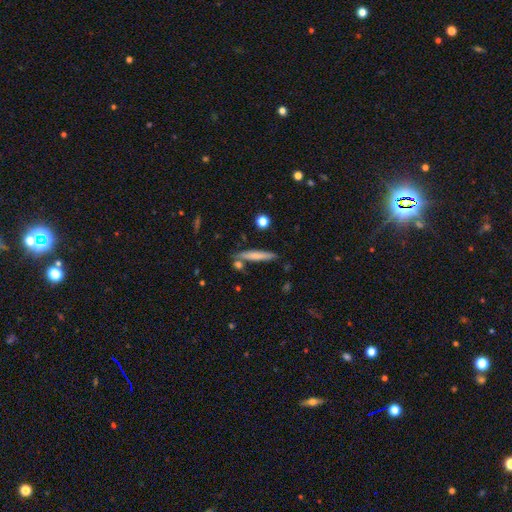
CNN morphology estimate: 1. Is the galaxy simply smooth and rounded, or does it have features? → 69% smooth, 24% featured or disk, 7% star or artifact.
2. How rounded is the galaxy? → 92% cigar-shaped, 6% in between, 2% round.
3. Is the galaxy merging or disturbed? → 79% none, 11% minor disturbance, 7% merger, 3% major disturbance.